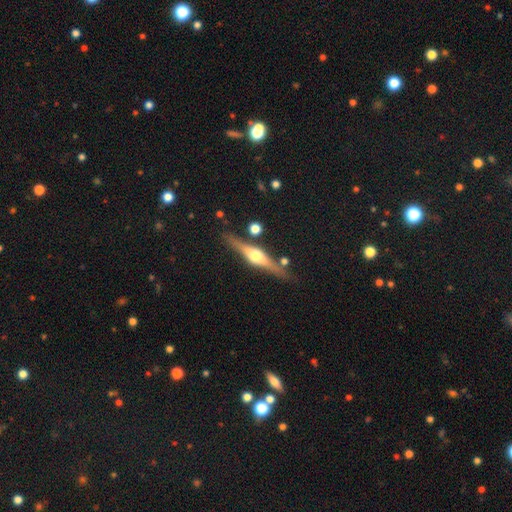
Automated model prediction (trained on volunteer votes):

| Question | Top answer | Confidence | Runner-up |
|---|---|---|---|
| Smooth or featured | featured or disk | 78% | smooth (16%) |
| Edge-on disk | yes | 97% | no (3%) |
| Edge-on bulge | rounded | 94% | boxy (5%) |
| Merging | none | 83% | minor disturbance (10%) |